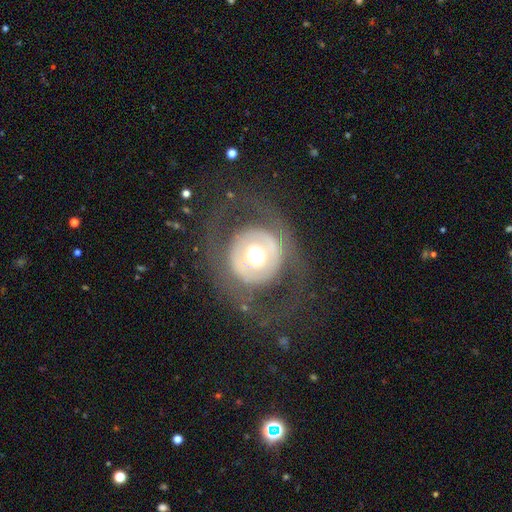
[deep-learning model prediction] This appears to be a featured or disk galaxy (55%) with no bar (83%), no spiral arms (78%) and a moderate central bulge (42%). Merging: none (69%).